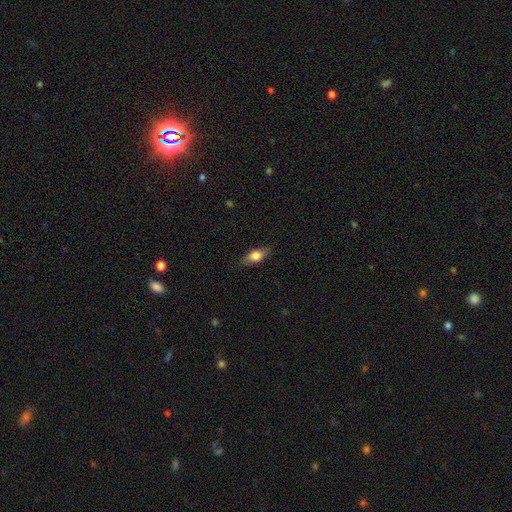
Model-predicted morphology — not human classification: This appears to be a smooth galaxy with no disk features (71%) that is in between round and cigar-shaped (79%). Merging: none (83%).